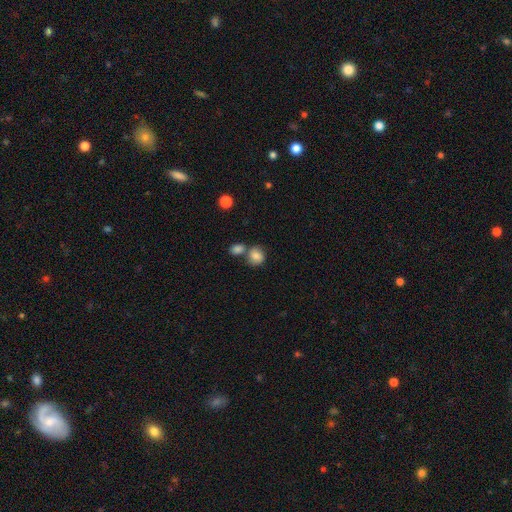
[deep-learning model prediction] A smooth galaxy with no disk features (81%) that is round (72%). Merging: none (46%).